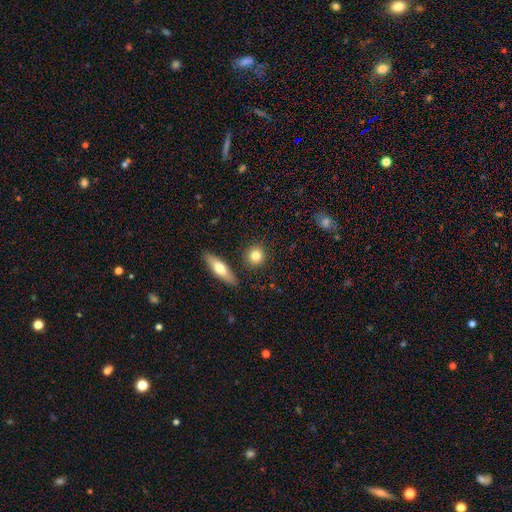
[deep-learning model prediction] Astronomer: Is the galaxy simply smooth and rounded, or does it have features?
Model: smooth — 79%.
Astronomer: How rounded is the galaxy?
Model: round — 82%.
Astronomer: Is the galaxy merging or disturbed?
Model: none — 87%.